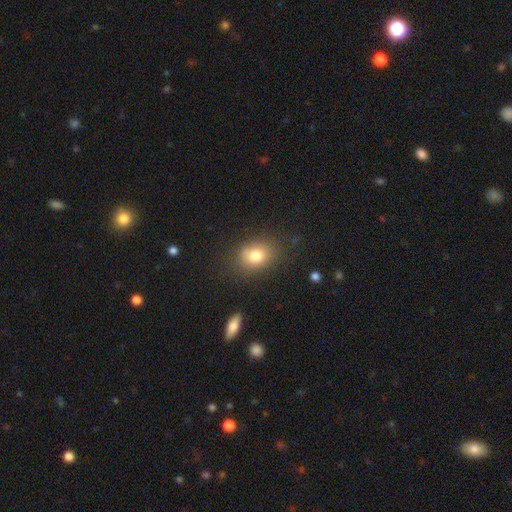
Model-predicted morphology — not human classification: type=smooth (78%); roundness=in between (54%); merging=none (76%).